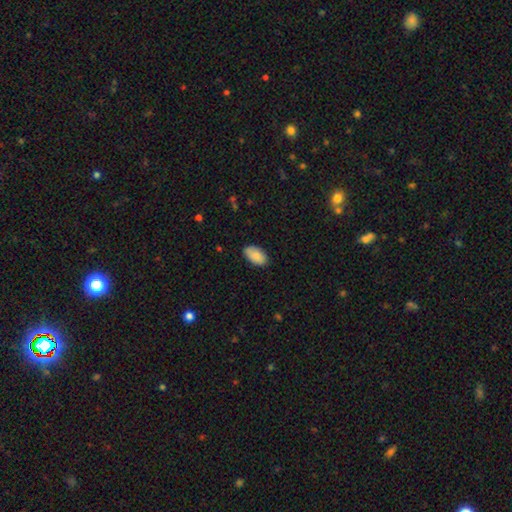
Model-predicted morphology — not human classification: The model was most divided on "merging": none: 84%, minor disturbance: 13%, major disturbance: 2%, merger: 1%. More confident: how rounded — in between (95%); smooth or featured — smooth (89%).